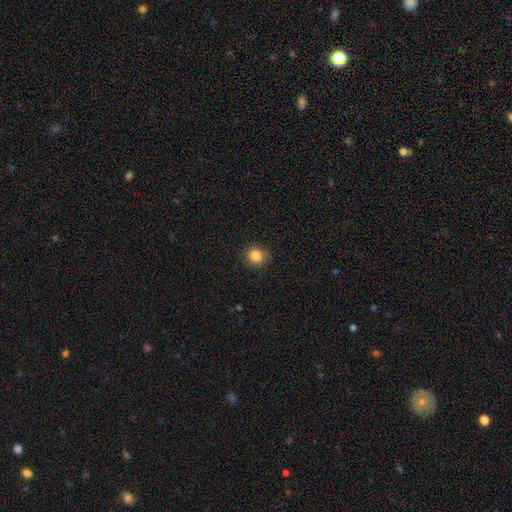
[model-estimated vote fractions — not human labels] This is clearly a smooth galaxy (84%). How rounded: clearly round (87%). Merging: clearly none (89%).